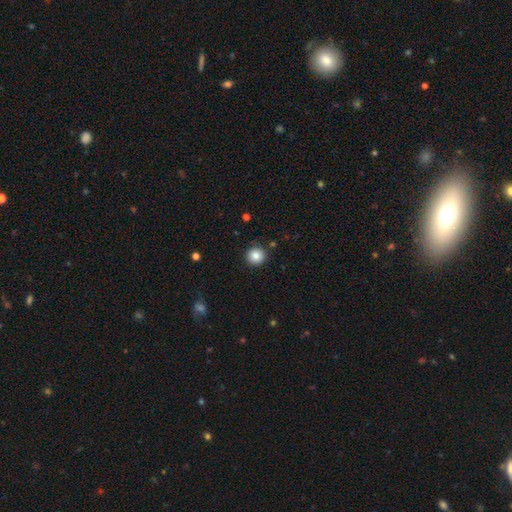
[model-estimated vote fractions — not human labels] Overall: smooth (85%). How rounded: round (94%). Merging: none (90%).